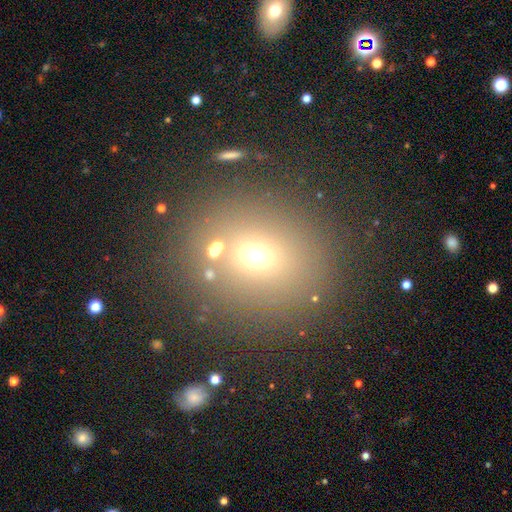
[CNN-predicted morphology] A smooth galaxy with no disk features (61%) that is round (77%).

Vote fractions:
- Smooth or featured? smooth: 61% / star or artifact: 27% / featured or disk: 11%
- How rounded? round: 77% / in between: 22% / cigar-shaped: 1%
- Merging? none: 79% / minor disturbance: 9% / merger: 8% / major disturbance: 5%